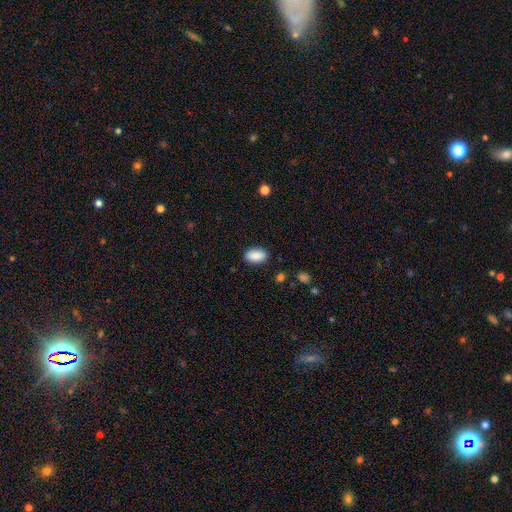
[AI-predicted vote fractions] This is clearly a smooth galaxy (89%). How rounded: clearly in between (92%). Merging: clearly none (88%).